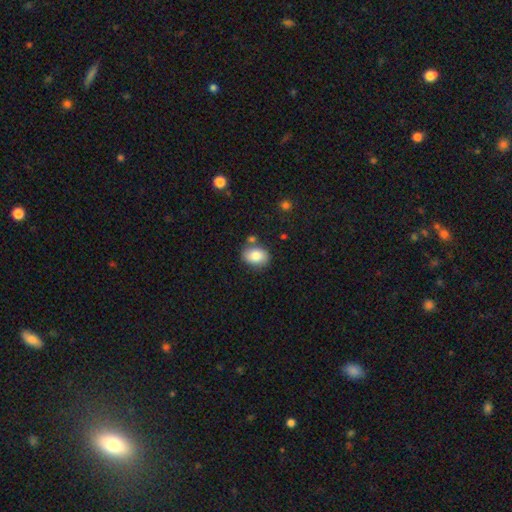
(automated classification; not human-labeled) smooth 82%, featured or disk 10%, star or artifact 8%. Down the decision tree: how rounded — in between (68%); merging — none (73%).